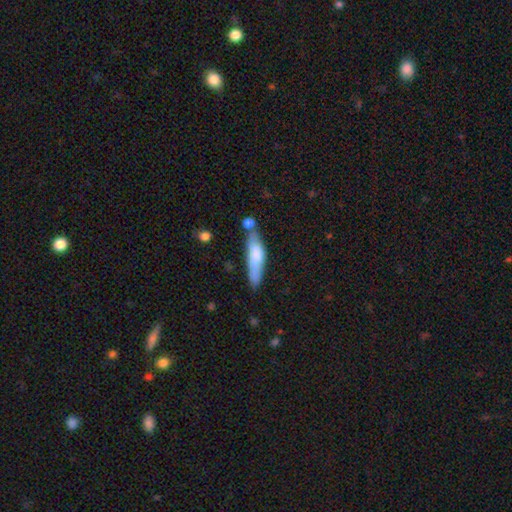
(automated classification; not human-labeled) A smooth galaxy with no disk features (69%) that is cigar-shaped (74%). Merging: none (53%).